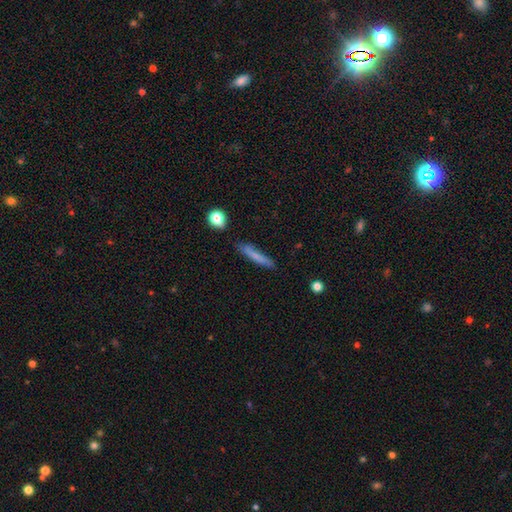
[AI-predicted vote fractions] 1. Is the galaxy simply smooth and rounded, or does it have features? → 69% smooth, 23% featured or disk, 8% star or artifact.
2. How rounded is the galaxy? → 92% cigar-shaped, 6% in between, 2% round.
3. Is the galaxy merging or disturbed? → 75% none, 17% minor disturbance, 4% major disturbance, 3% merger.